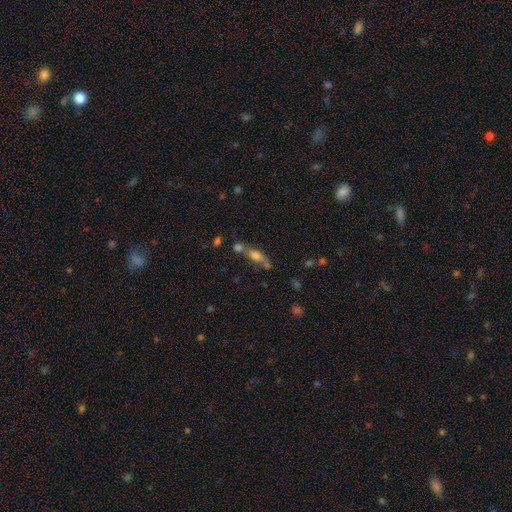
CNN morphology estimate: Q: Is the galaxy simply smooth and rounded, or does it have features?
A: smooth — 57%.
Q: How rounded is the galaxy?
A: in between — 54%.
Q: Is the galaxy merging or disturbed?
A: none — 39%.